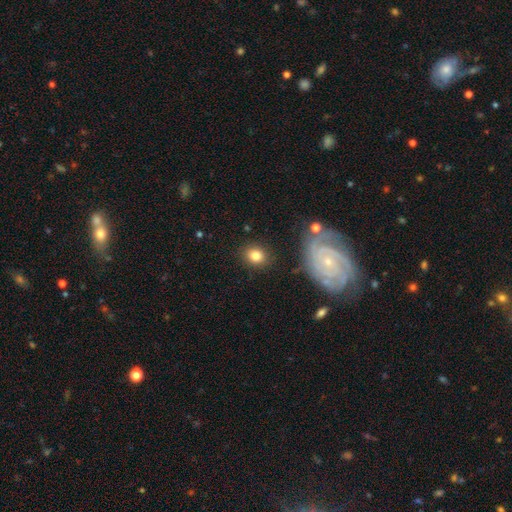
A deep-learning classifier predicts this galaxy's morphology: smooth-or-featured: smooth: 79% | featured or disk: 11% | star or artifact: 10%
  how-rounded: round: 64% | in between: 34% | cigar-shaped: 1%
  merging: none: 86% | minor disturbance: 9% | major disturbance: 3% | merger: 2%